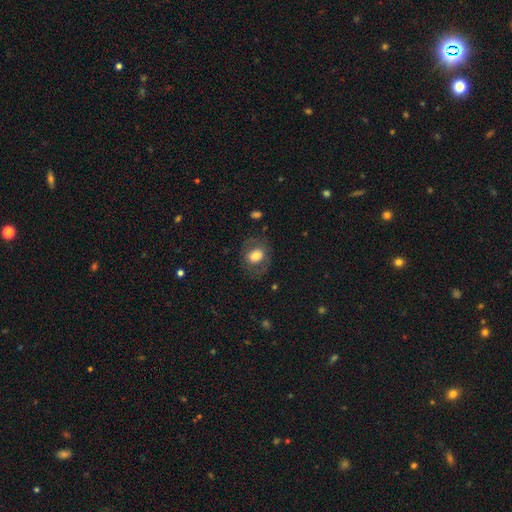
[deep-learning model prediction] Smooth or featured? smooth (65%)
How rounded? in between (57%)
Merging? none (70%)